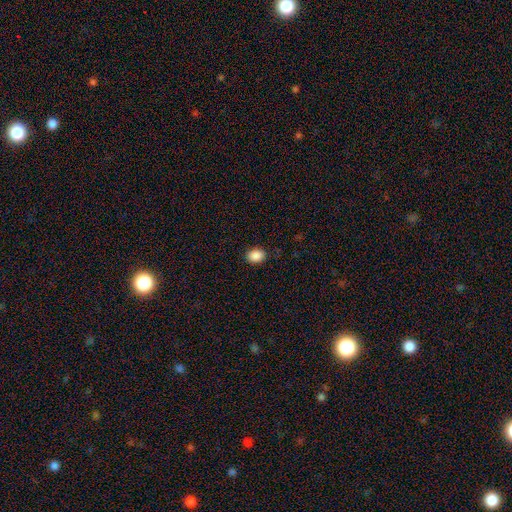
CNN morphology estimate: Overall: smooth (89%). How rounded: in between (61%; round 38%). Merging: none (88%).